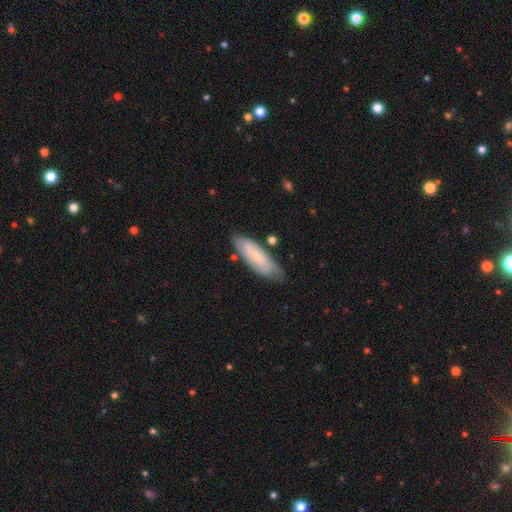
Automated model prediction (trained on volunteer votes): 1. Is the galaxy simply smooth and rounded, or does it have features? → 57% smooth, 37% featured or disk, 6% star or artifact.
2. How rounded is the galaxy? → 56% in between, 42% cigar-shaped, 2% round.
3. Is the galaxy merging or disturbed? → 75% none, 18% minor disturbance, 4% merger, 3% major disturbance.